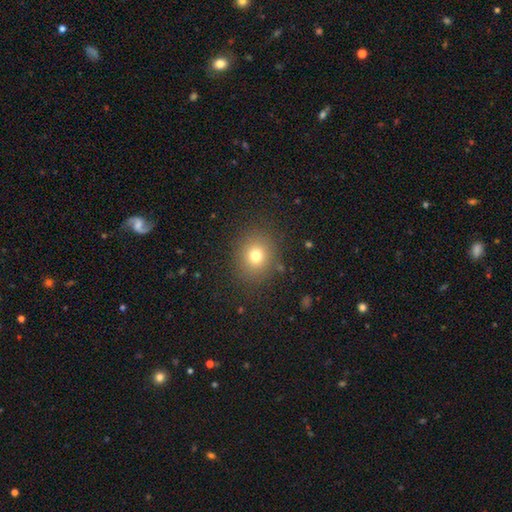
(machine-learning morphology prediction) This appears to be a smooth galaxy with no disk features (74%) that is round (79%). Merging: none (86%).